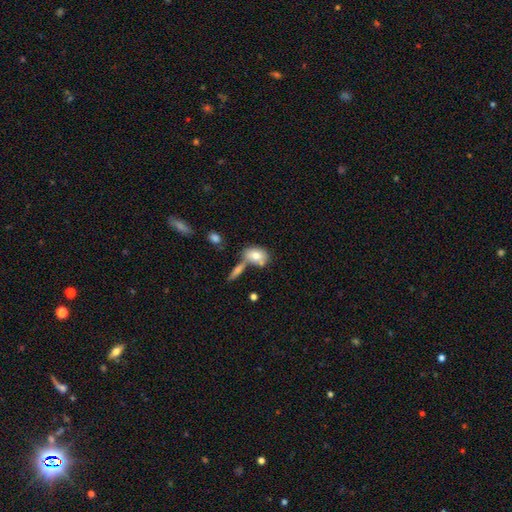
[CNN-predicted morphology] A smooth galaxy with no disk features (75%) that is in between round and cigar-shaped (79%). Merging: none (49%).